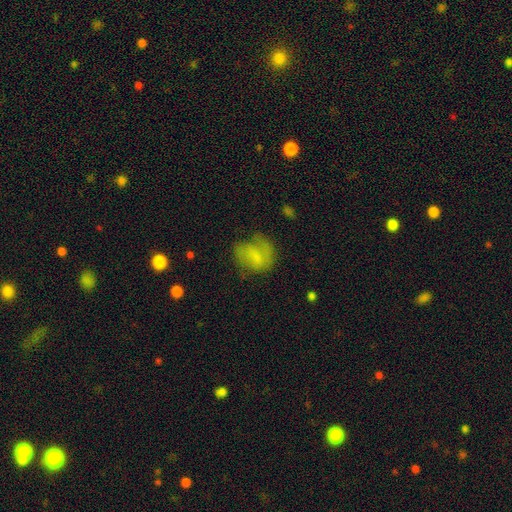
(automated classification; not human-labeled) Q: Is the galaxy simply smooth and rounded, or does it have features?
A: smooth — 57%.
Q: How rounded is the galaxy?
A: round — 49%, tied with in between.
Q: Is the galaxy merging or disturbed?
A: none — 48%.